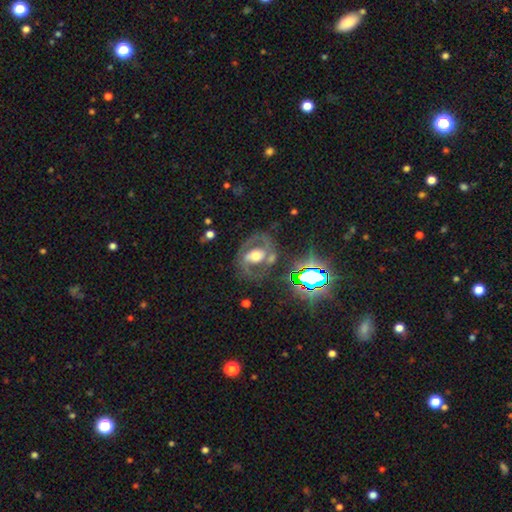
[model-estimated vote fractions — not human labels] Smooth or featured? featured or disk (73%)
Edge-on disk? no (95%)
Bar? no (38%)
Spiral arms? yes (75%)
Spiral winding? medium (53%)
Spiral arm count? 2 (84%)
Bulge size? moderate (60%)
Merging? none (67%)